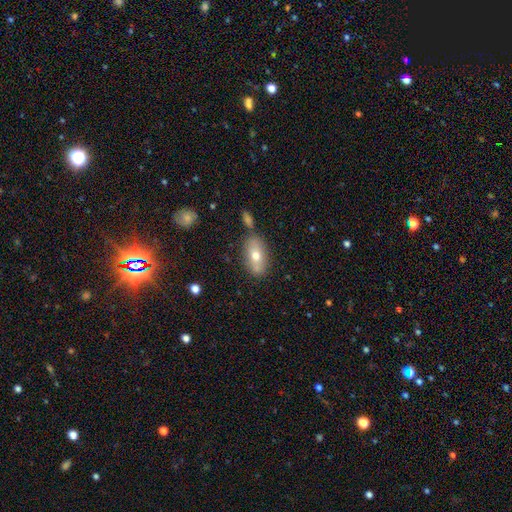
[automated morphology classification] This appears to be a smooth galaxy with no disk features (67%) that is in between round and cigar-shaped (88%). Merging: none (70%).